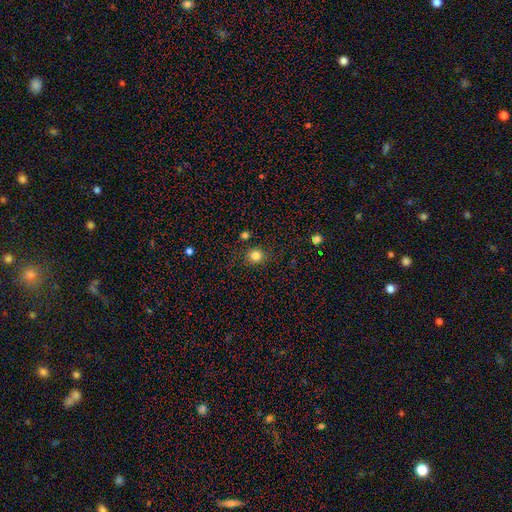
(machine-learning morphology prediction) Smooth or featured?
  - smooth: 82% *
  - star or artifact: 13%
  - featured or disk: 5%
How rounded?
  - round: 88% *
  - in between: 12%
  - cigar-shaped: 1%
Merging?
  - none: 86% *
  - minor disturbance: 9%
  - major disturbance: 3%
  - merger: 3%